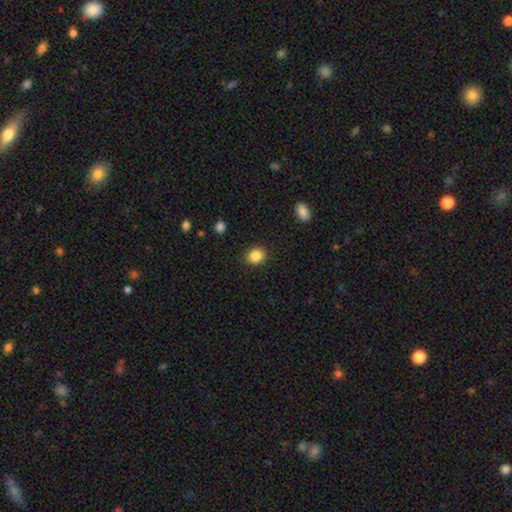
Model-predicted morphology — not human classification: This is clearly a smooth galaxy (86%). How rounded: likely round (68%). Merging: clearly none (89%).